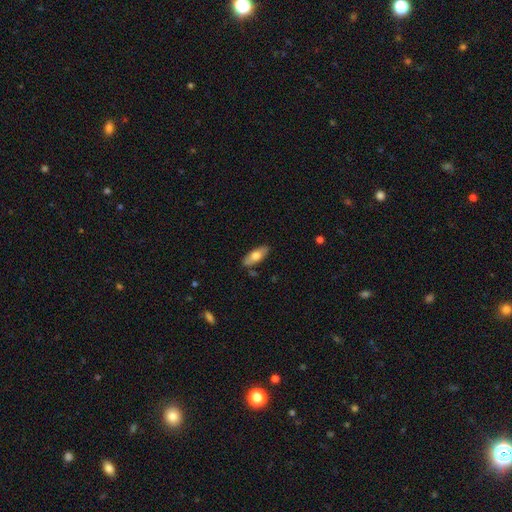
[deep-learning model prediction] A smooth galaxy with no disk features (68%) that is in between round and cigar-shaped (76%).

Vote fractions:
- Smooth or featured? smooth: 68% / featured or disk: 26% / star or artifact: 6%
- How rounded? in between: 76% / cigar-shaped: 22% / round: 2%
- Merging? none: 83% / minor disturbance: 12% / merger: 3% / major disturbance: 2%